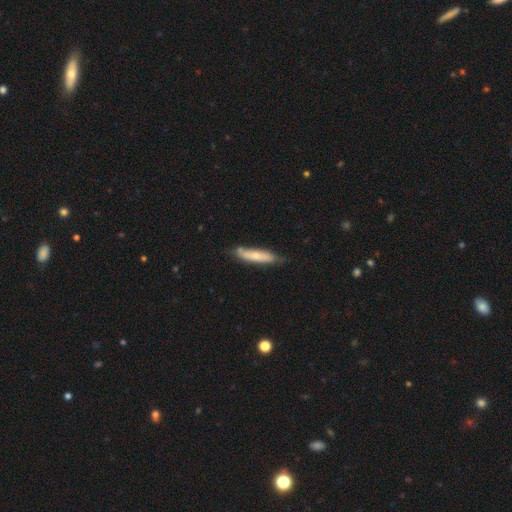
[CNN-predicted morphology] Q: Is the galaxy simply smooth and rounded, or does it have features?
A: smooth — 56%.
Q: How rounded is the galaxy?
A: cigar-shaped — 77%.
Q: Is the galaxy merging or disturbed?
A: none — 65%.